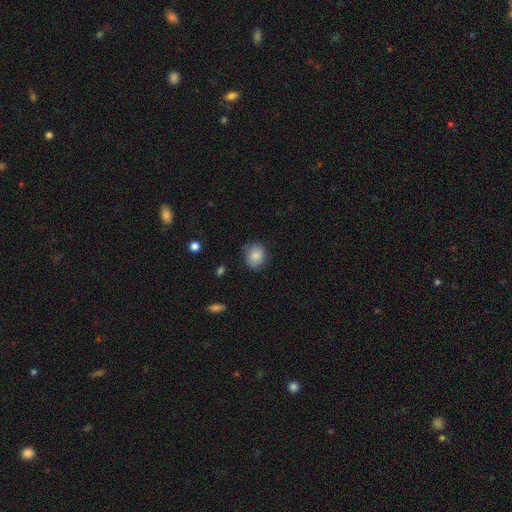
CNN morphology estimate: Smooth or featured: smooth — 84% (star or artifact — 8%)
How rounded: round — 64% (in between — 35%)
Merging: none — 77% (minor disturbance — 18%)